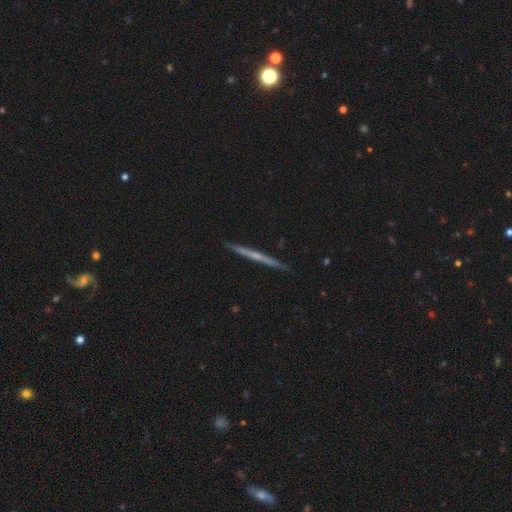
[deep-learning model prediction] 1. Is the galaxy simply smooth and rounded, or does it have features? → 60% featured or disk, 34% smooth, 6% star or artifact.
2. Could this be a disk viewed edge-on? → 98% yes, 2% no.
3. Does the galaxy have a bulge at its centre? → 80% none, 16% rounded, 4% boxy.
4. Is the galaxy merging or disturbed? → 92% none, 6% minor disturbance, 1% major disturbance, 1% merger.